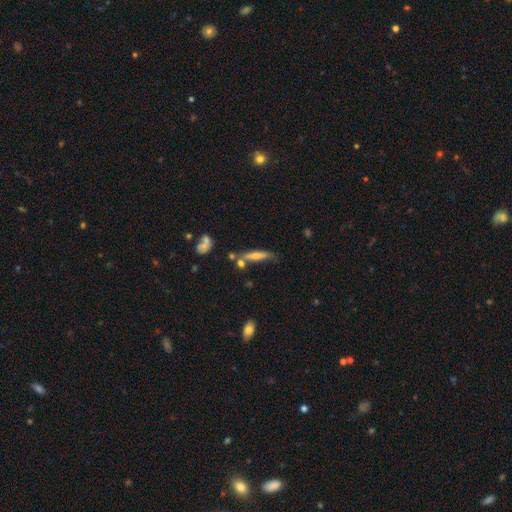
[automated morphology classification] Smooth or featured?
  - featured or disk: 48% *
  - smooth: 42%
  - star or artifact: 10%
Merging?
  - none: 60% *
  - minor disturbance: 20%
  - merger: 13%
  - major disturbance: 7%